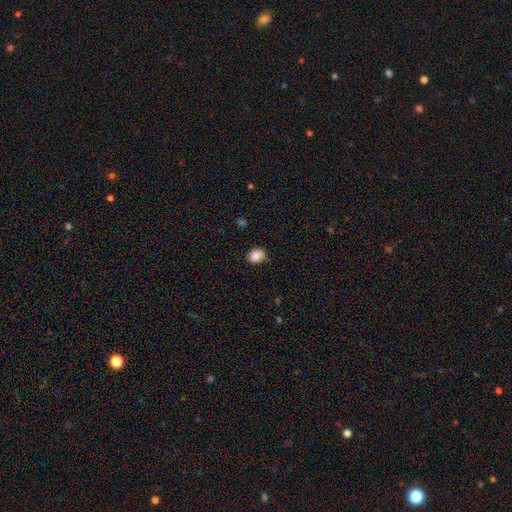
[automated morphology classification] smooth_or_featured: smooth (p=0.82) [alt: star or artifact p=0.09]
how_rounded: round (p=0.66) [alt: in between p=0.33]
merging: none (p=0.78) [alt: minor disturbance p=0.17]